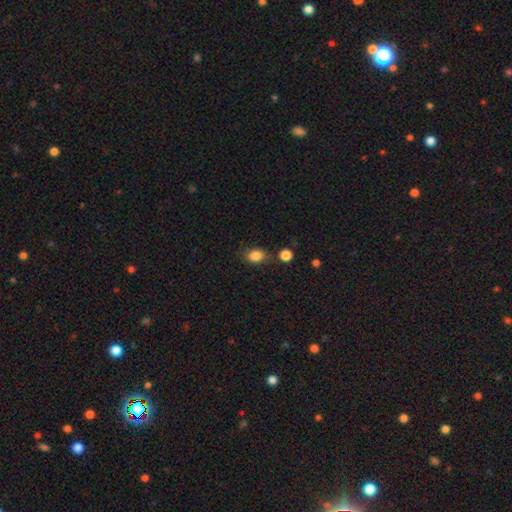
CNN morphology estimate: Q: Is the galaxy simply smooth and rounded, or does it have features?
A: smooth — 84%.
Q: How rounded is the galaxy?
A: in between — 75%.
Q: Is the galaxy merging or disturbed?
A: none — 72%.